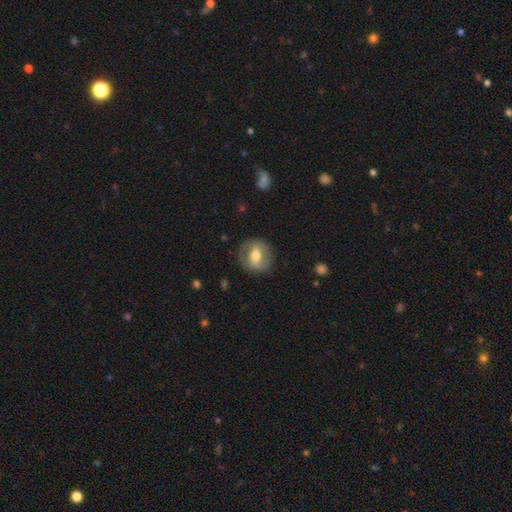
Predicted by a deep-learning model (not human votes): smooth-or-featured: featured or disk: 48% | smooth: 45% | star or artifact: 7%
  merging: none: 83% | minor disturbance: 12% | major disturbance: 5% | merger: 1%